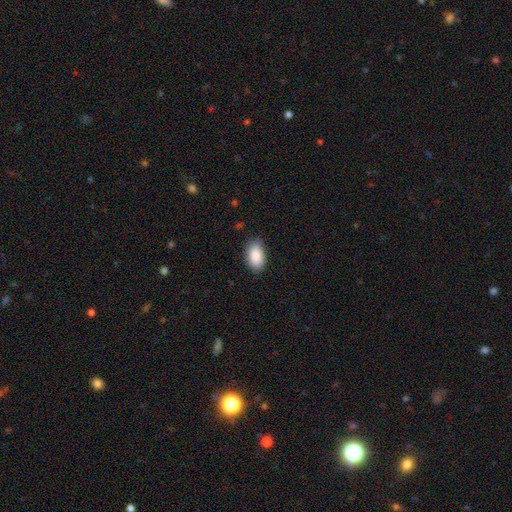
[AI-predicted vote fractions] Overall: smooth (89%). How rounded: in between (94%). Merging: none (82%).